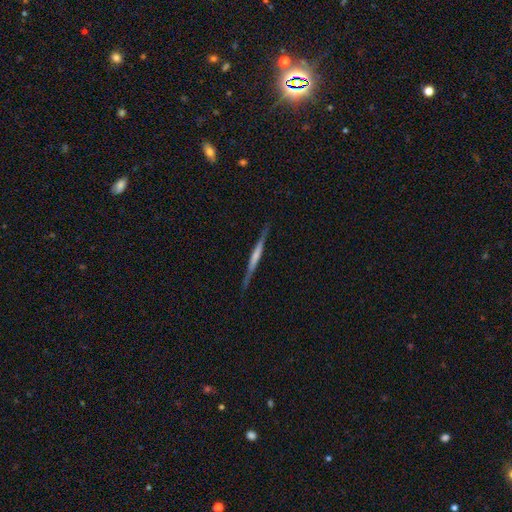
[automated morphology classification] featured or disk 61%, smooth 33%, star or artifact 5%. Down the decision tree: edge-on disk — yes (97%); edge-on bulge — none (55%); merging — none (86%).